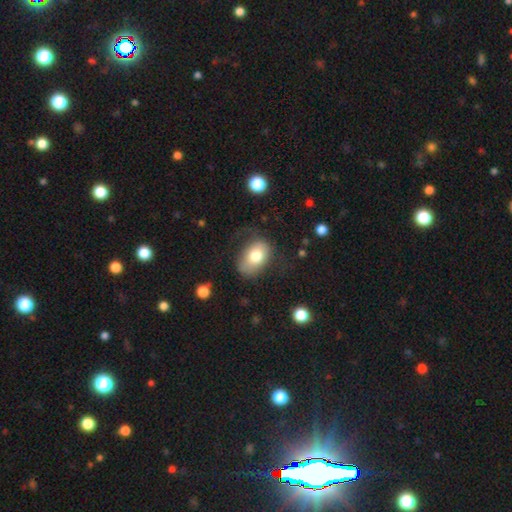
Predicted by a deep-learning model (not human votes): smooth_or_featured: smooth (p=0.74) [alt: featured or disk p=0.19]
how_rounded: in between (p=0.82) [alt: round p=0.17]
merging: none (p=0.61) [alt: minor disturbance p=0.23]